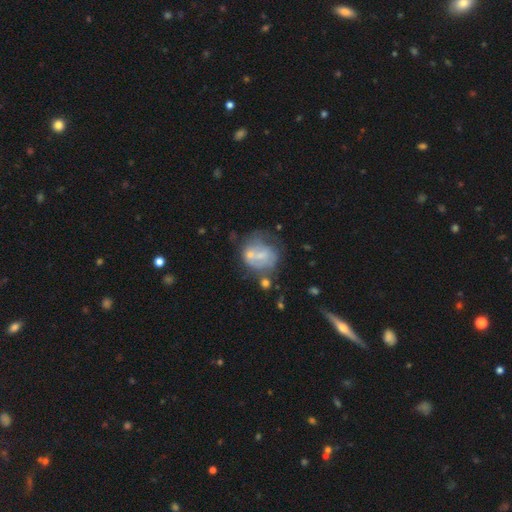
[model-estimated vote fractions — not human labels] Smooth or featured? featured or disk (57%)
Edge-on disk? no (97%)
Bar? no (60%)
Spiral arms? no (51%)
Bulge size? small (47%)
Merging? none (39%)